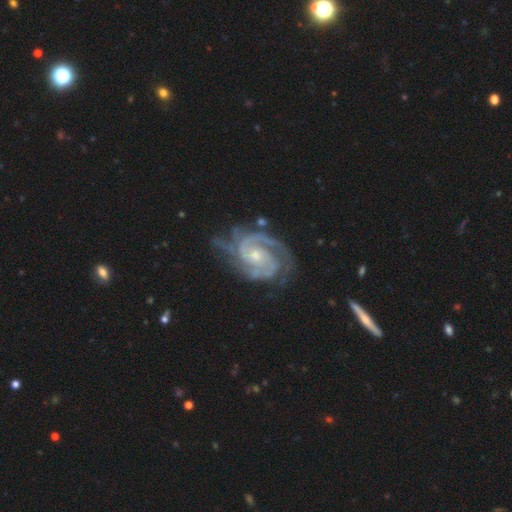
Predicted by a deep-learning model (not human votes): featured or disk 93%, star or artifact 4%, smooth 3%. Down the decision tree: edge-on disk — no (98%); bar — no (61%); spiral arms — yes (99%); spiral arm count — 2 (58%); spiral winding — tight (60%); bulge size — small (58%); merging — none (64%).